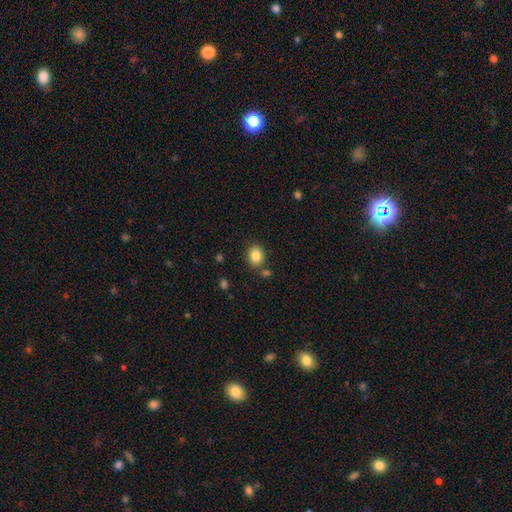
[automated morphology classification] Smooth or featured? smooth (85%)
How rounded? in between (52%)
Merging? none (78%)